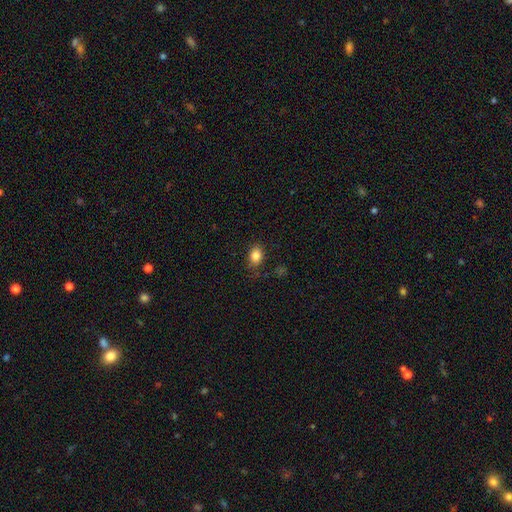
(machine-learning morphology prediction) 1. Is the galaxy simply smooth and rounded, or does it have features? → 84% smooth, 10% star or artifact, 6% featured or disk.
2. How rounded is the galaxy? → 69% in between, 30% round, 1% cigar-shaped.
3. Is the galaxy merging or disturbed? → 78% none, 16% minor disturbance, 4% major disturbance, 2% merger.